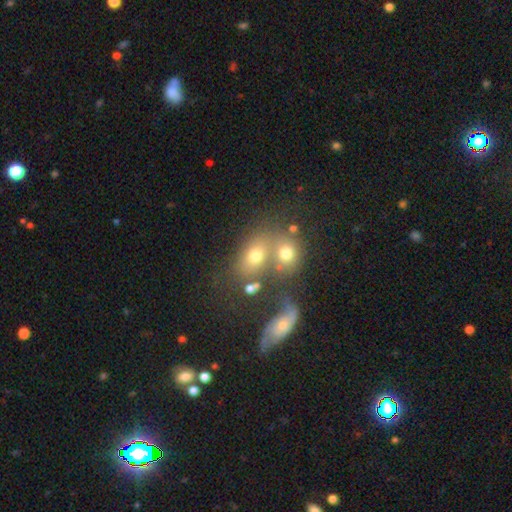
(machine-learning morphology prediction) Overall: smooth (60%; featured or disk 25%). How rounded: in between (65%; round 33%). Merging: merger (45%; none 35%).